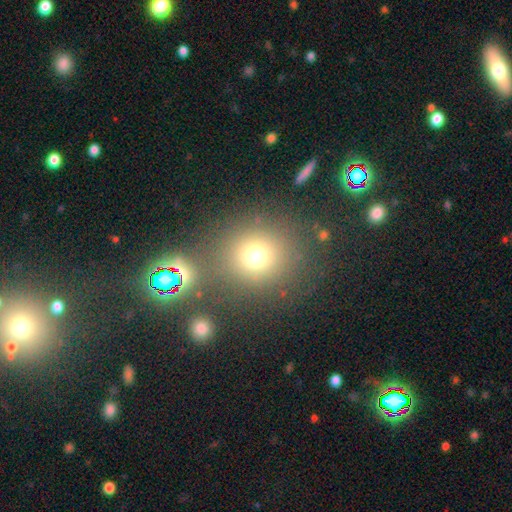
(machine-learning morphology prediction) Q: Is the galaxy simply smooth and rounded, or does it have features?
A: smooth — 70%.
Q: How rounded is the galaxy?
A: round — 88%.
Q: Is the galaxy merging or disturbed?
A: none — 76%.